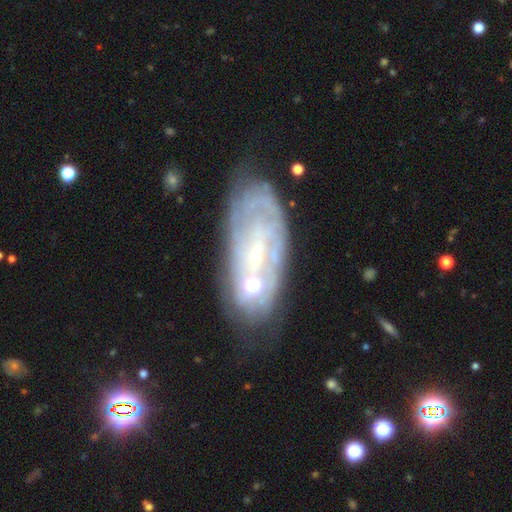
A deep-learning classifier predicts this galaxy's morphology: Smooth or featured?
  - featured or disk: 69% *
  - smooth: 20%
  - star or artifact: 10%
Edge-on disk?
  - no: 89% *
  - yes: 11%
Bar?
  - no: 54% *
  - weak: 31%
  - strong: 15%
Spiral arms?
  - yes: 64% *
  - no: 36%
Bulge size?
  - small: 46% *
  - moderate: 27%
  - none: 21%
  - large: 5%
  - dominant: 2%
Merging?
  - none: 54% *
  - minor disturbance: 22%
  - major disturbance: 14%
  - merger: 10%